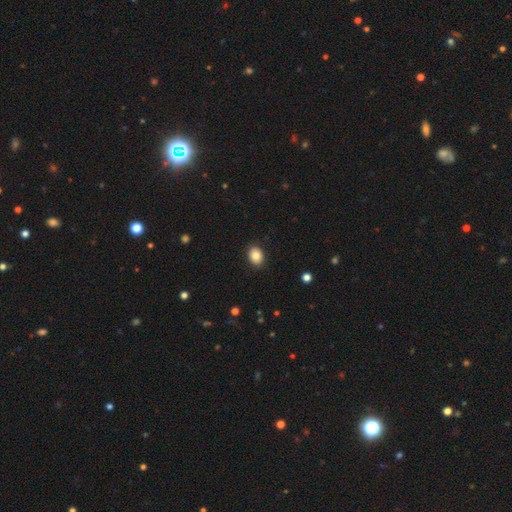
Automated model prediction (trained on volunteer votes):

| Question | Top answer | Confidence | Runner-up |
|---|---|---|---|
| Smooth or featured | smooth | 84% | star or artifact (8%) |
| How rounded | in between | 68% | round (31%) |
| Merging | none | 90% | minor disturbance (7%) |